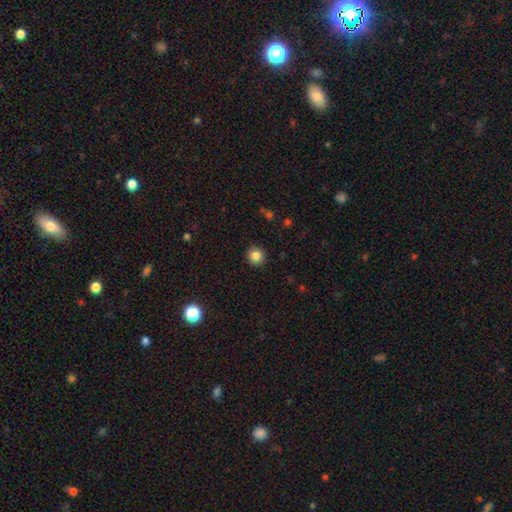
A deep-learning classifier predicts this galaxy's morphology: Q: Smooth or featured?
A: smooth (84%); runner-up: star or artifact (11%)
Q: How rounded?
A: round (94%); runner-up: in between (5%)
Q: Merging?
A: none (92%); runner-up: minor disturbance (5%)